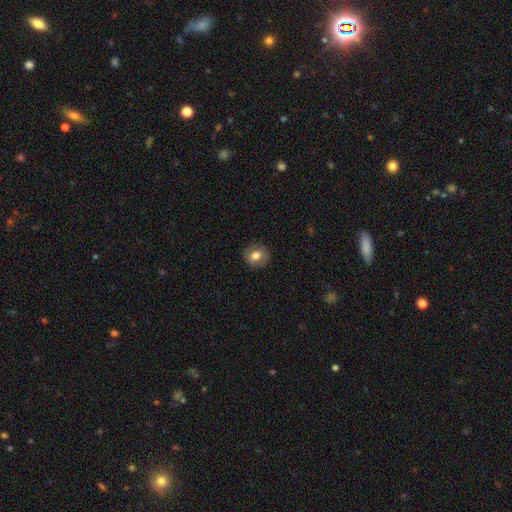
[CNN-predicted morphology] Smooth or featured: smooth — 73% (featured or disk — 18%)
How rounded: round — 80% (in between — 19%)
Merging: none — 86% (minor disturbance — 10%)